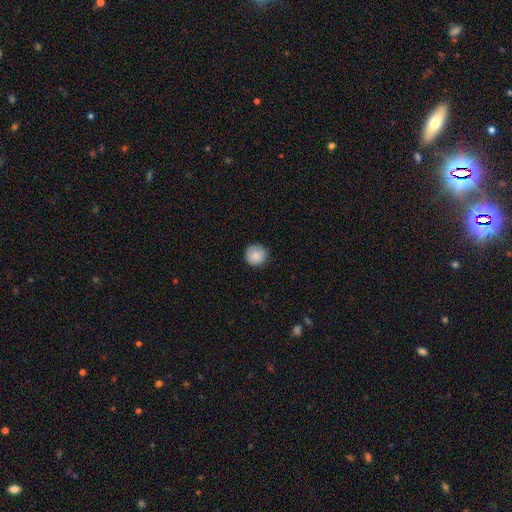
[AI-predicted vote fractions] This appears to be a smooth galaxy with no disk features (87%) that is round (95%). Merging: none (90%).